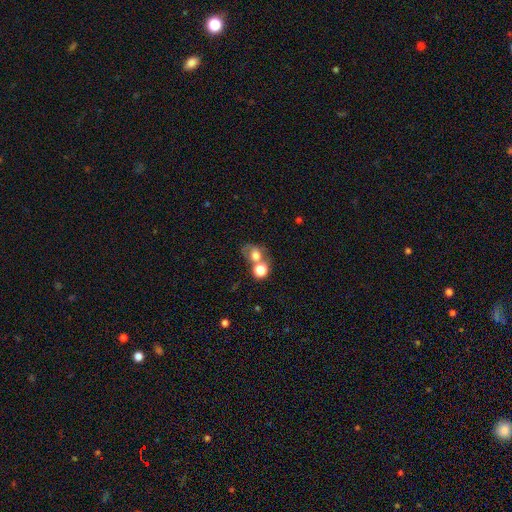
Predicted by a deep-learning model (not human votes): The model was most divided on "how rounded": round: 54%, in between: 45%, cigar-shaped: 1%. Remaining: smooth or featured — smooth (66%); merging — merger (46%).